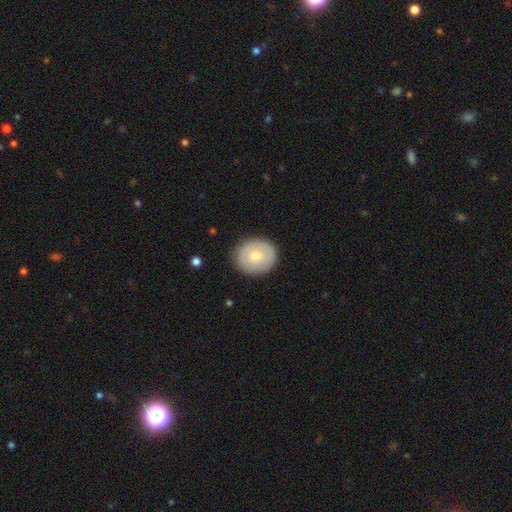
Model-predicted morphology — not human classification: This appears to be a smooth galaxy with no disk features (70%) that is round (80%). Merging: none (88%).